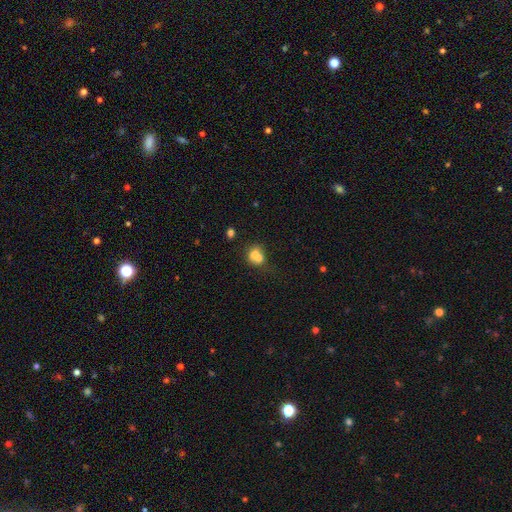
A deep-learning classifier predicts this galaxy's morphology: Overall: smooth (68%). How rounded: round (73%). Merging: merger (60%; none 28%).